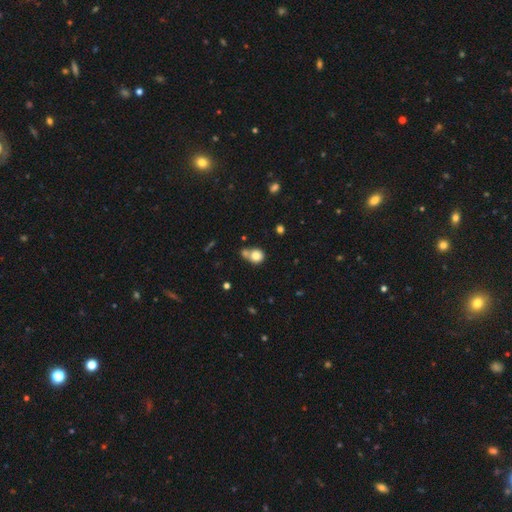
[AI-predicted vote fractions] Smooth or featured? smooth (80%)
How rounded? round (79%)
Merging? none (42%)